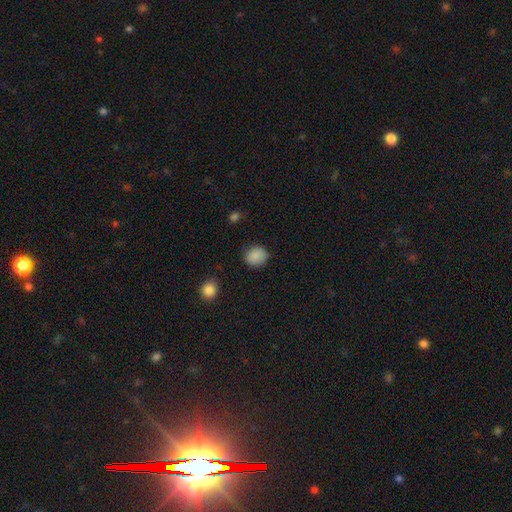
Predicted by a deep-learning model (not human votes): A smooth galaxy with no disk features (86%) that is round (76%). Merging: none (83%).